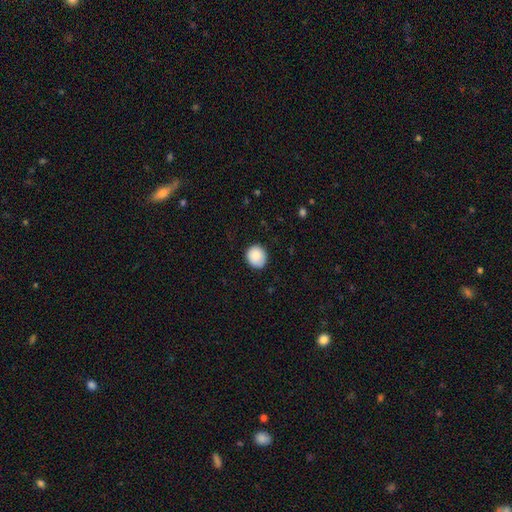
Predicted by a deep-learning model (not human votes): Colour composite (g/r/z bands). It shows a smooth galaxy with no disk features (87%) that is round (80%). Merging: none (84%).